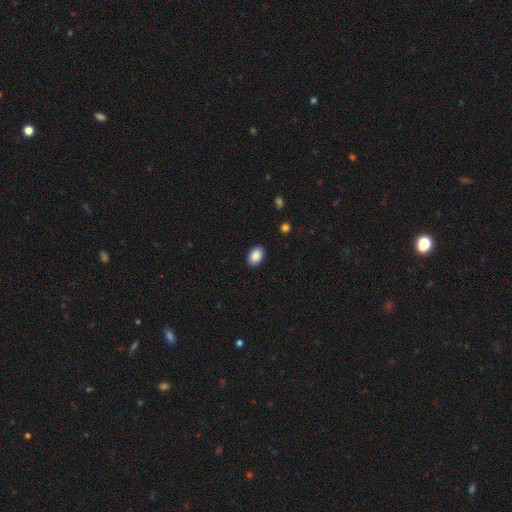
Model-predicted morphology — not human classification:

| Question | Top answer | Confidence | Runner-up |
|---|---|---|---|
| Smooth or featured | smooth | 89% | star or artifact (7%) |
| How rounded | in between | 86% | round (13%) |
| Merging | none | 89% | minor disturbance (8%) |